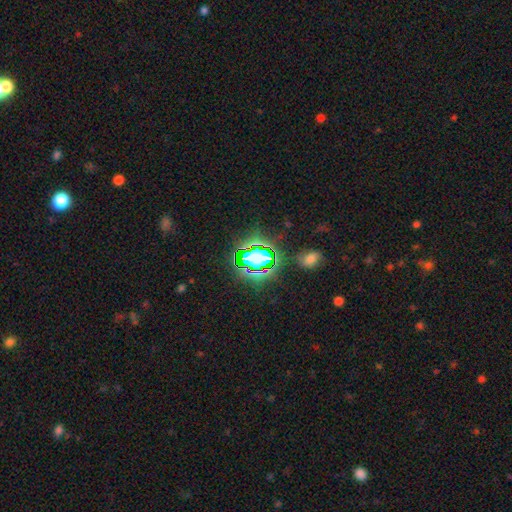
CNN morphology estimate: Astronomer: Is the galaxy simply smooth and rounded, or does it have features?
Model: star or artifact — 73%.